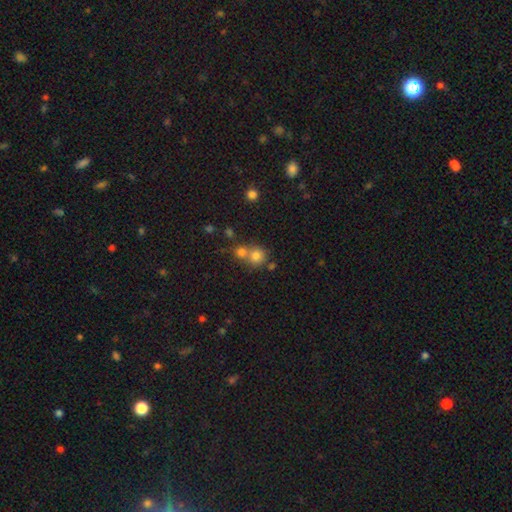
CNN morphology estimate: Overall: smooth (76%). How rounded: round (88%). Merging: none (48%; merger 43%).